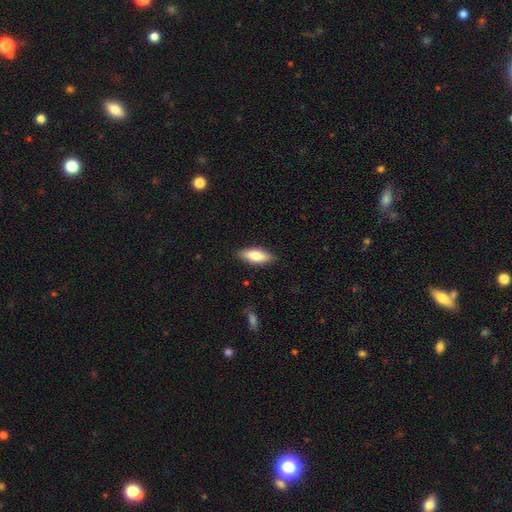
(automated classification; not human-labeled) smooth-or-featured: smooth: 78% | featured or disk: 17% | star or artifact: 6%
  how-rounded: in between: 71% | cigar-shaped: 27% | round: 2%
  merging: none: 86% | minor disturbance: 11% | major disturbance: 2% | merger: 1%